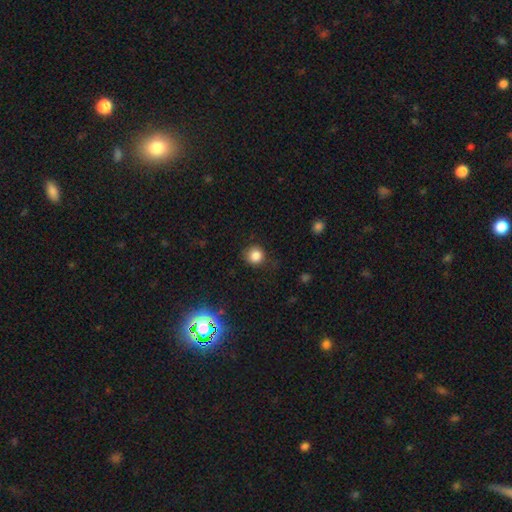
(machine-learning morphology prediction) Overall: smooth (83%). How rounded: round (89%). Merging: none (80%).